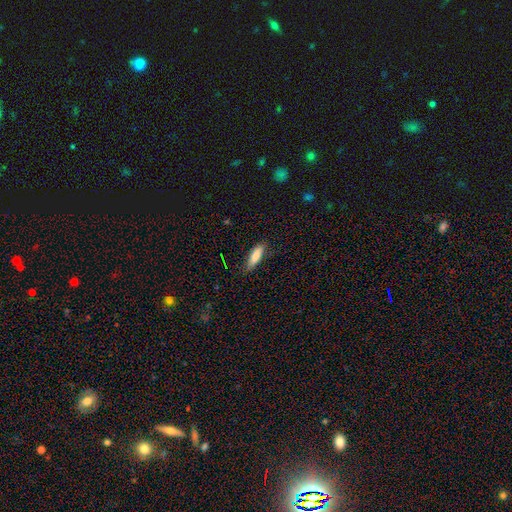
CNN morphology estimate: This is clearly a smooth galaxy (81%). How rounded: possibly cigar-shaped (58%). Merging: clearly none (80%).